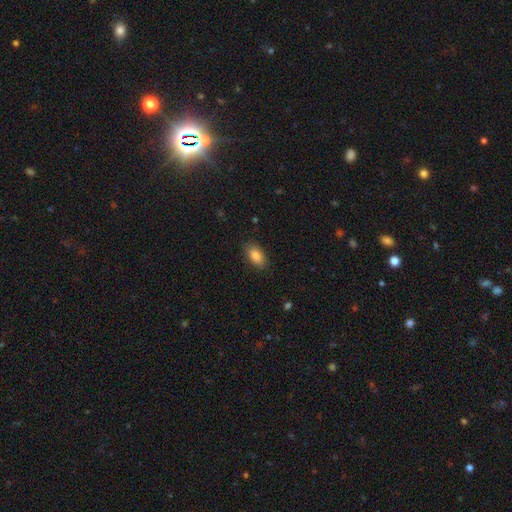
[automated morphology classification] Smooth or featured? smooth (86%)
How rounded? in between (92%)
Merging? none (86%)